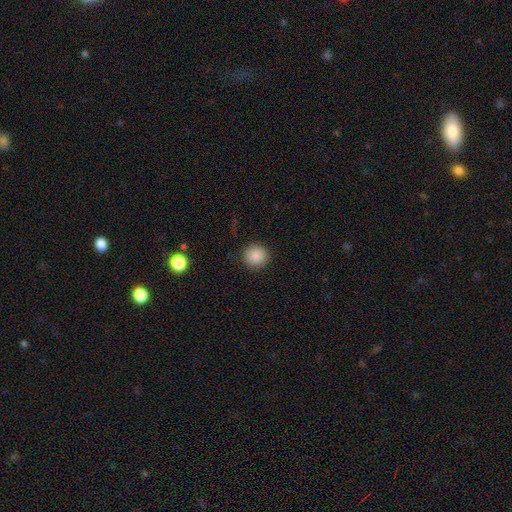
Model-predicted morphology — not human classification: smooth-or-featured: smooth: 88% | star or artifact: 9% | featured or disk: 3%
  how-rounded: round: 94% | in between: 5% | cigar-shaped: 1%
  merging: none: 91% | minor disturbance: 6% | major disturbance: 2% | merger: 1%